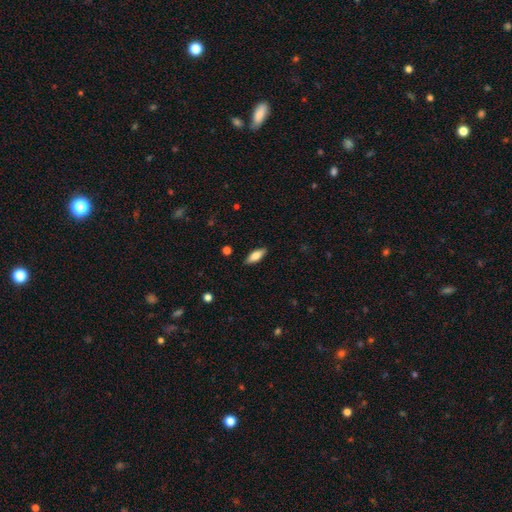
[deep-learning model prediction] Q: Smooth or featured?
A: smooth (77%); runner-up: featured or disk (17%)
Q: How rounded?
A: in between (71%); runner-up: cigar-shaped (27%)
Q: Merging?
A: none (88%); runner-up: minor disturbance (9%)